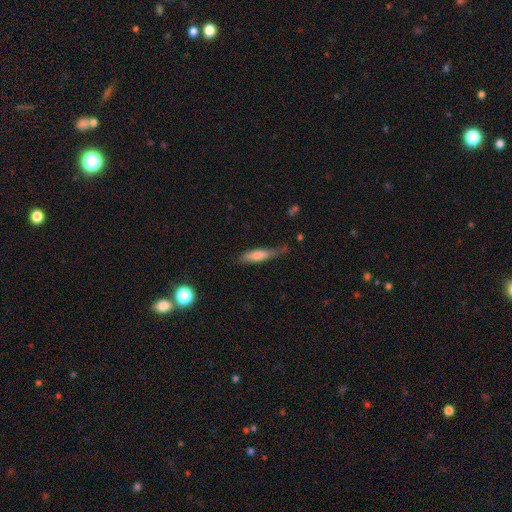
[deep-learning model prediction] Morphology: type=smooth (73%); roundness=cigar-shaped (70%); merging=none (54%).